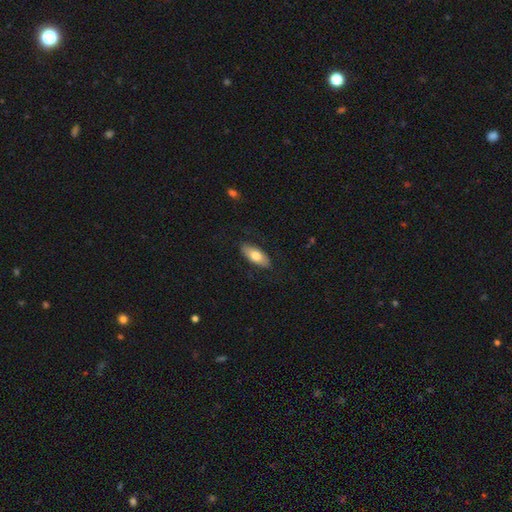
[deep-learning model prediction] smooth_or_featured: smooth (p=0.73) [alt: featured or disk p=0.21]
how_rounded: in between (p=0.82) [alt: cigar-shaped p=0.16]
merging: none (p=0.85) [alt: minor disturbance p=0.11]